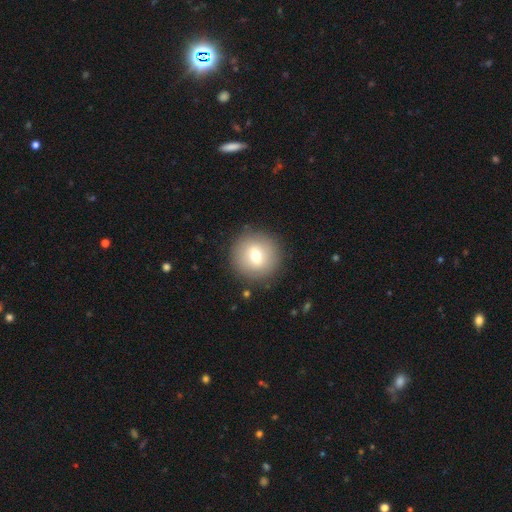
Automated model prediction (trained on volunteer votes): Morphology: type=smooth (66%); roundness=round (93%); merging=none (88%).